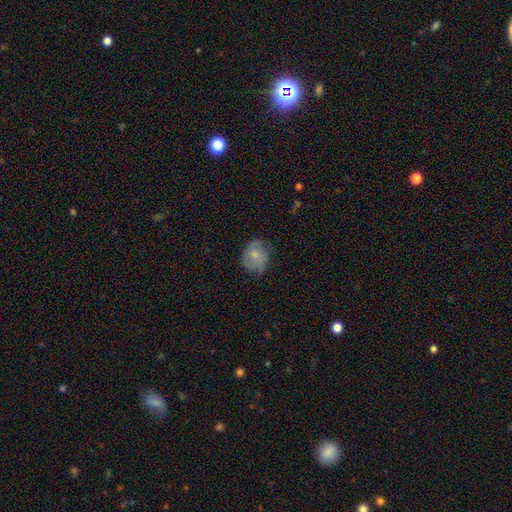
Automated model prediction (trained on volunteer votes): smooth 64%, featured or disk 28%, star or artifact 8%. Down the decision tree: how rounded — round (67%); merging — none (64%).